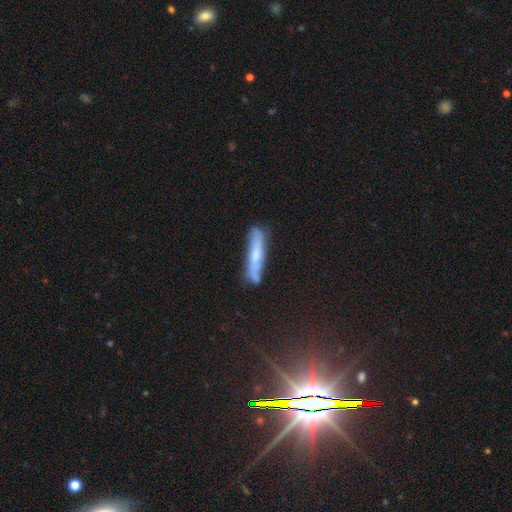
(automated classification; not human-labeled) smooth_or_featured: smooth (p=0.49) [alt: featured or disk p=0.42]
merging: none (p=0.73) [alt: minor disturbance p=0.19]